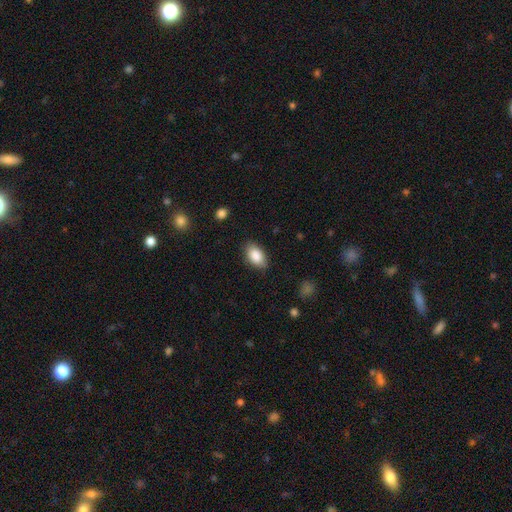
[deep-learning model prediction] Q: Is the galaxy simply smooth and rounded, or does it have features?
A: smooth — 87%.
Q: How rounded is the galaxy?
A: in between — 92%.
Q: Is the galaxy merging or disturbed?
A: none — 83%.